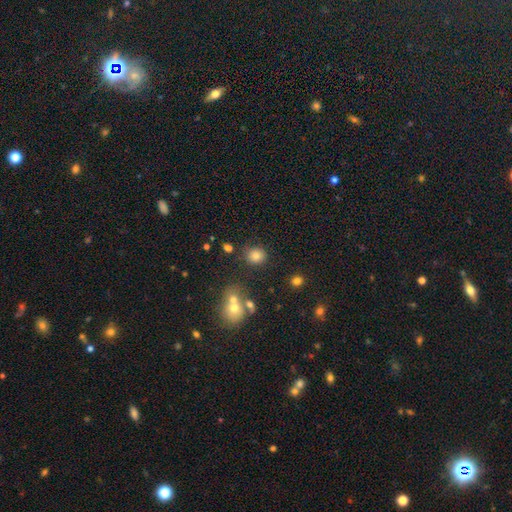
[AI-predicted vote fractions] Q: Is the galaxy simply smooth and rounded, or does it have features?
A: smooth — 78%.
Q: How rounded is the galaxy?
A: round — 82%.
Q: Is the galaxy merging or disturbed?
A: none — 80%.